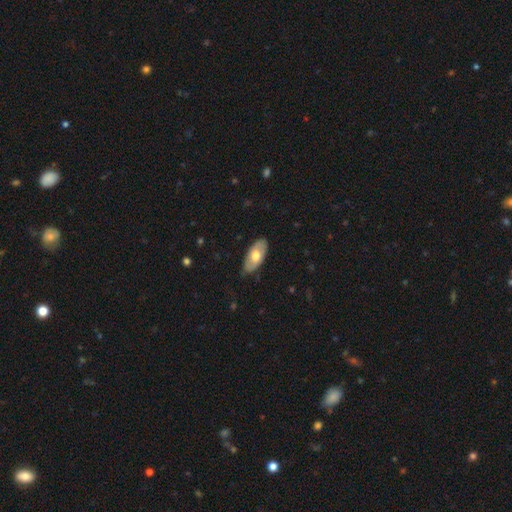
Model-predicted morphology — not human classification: Q: Smooth or featured?
A: smooth (62%); runner-up: featured or disk (33%)
Q: How rounded?
A: in between (92%); runner-up: cigar-shaped (5%)
Q: Merging?
A: none (82%); runner-up: minor disturbance (14%)